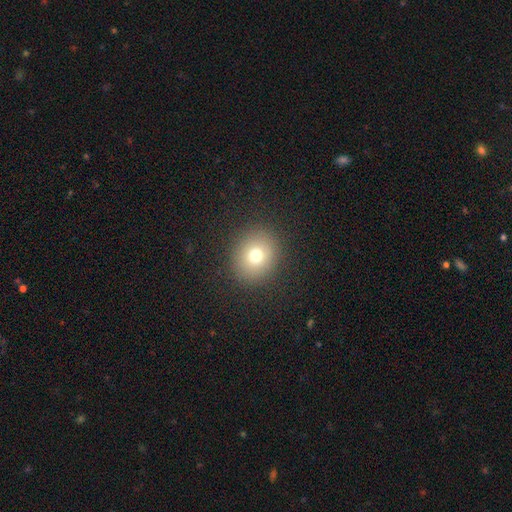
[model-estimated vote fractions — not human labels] Smooth or featured?
  - smooth: 74% *
  - star or artifact: 15%
  - featured or disk: 12%
How rounded?
  - round: 77% *
  - in between: 22%
  - cigar-shaped: 1%
Merging?
  - none: 89% *
  - minor disturbance: 7%
  - major disturbance: 3%
  - merger: 1%